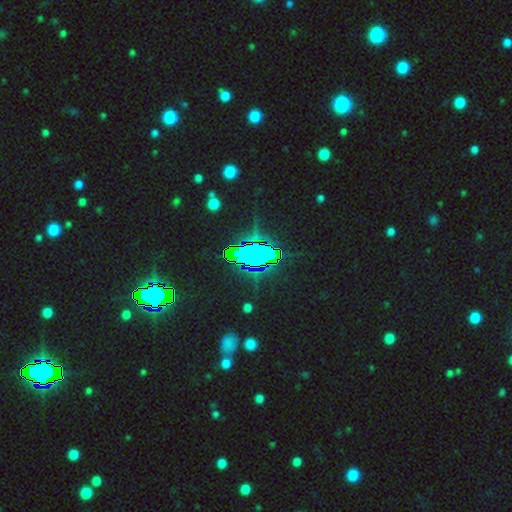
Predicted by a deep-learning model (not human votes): smooth_or_featured: star or artifact (p=0.77) [alt: smooth p=0.14]